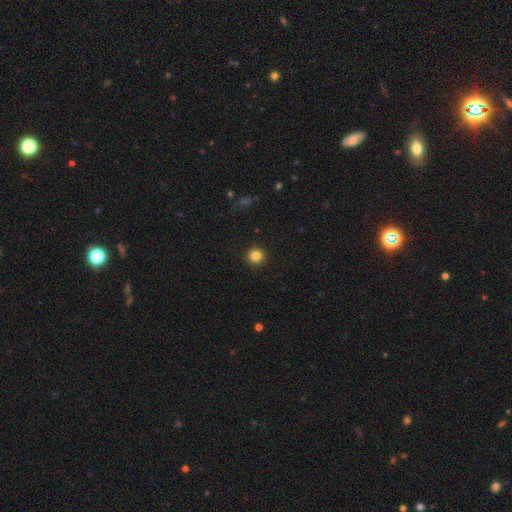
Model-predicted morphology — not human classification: smooth 84%, star or artifact 11%, featured or disk 5%. Down the decision tree: how rounded — round (95%); merging — none (93%).